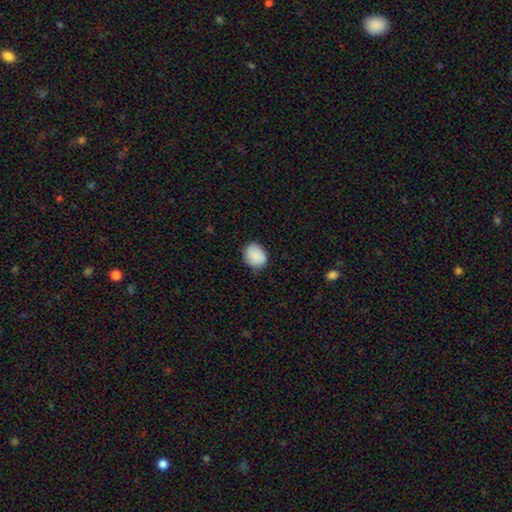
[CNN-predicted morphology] Smooth or featured?
  - smooth: 88% *
  - star or artifact: 7%
  - featured or disk: 5%
How rounded?
  - round: 60% *
  - in between: 39%
  - cigar-shaped: 1%
Merging?
  - none: 80% *
  - minor disturbance: 16%
  - major disturbance: 3%
  - merger: 1%